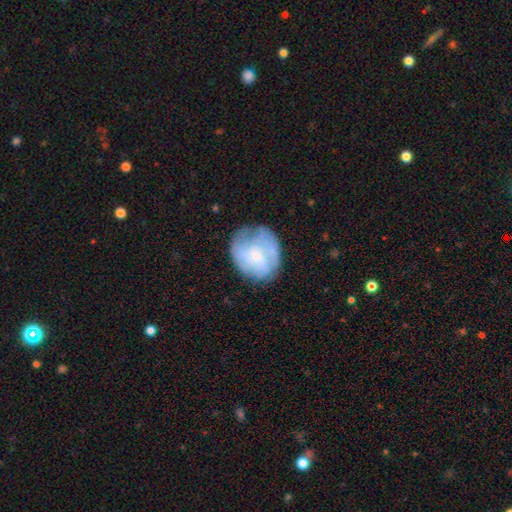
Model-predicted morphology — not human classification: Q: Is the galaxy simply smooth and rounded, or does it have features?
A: featured or disk — 47%.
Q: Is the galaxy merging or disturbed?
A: none — 65%.